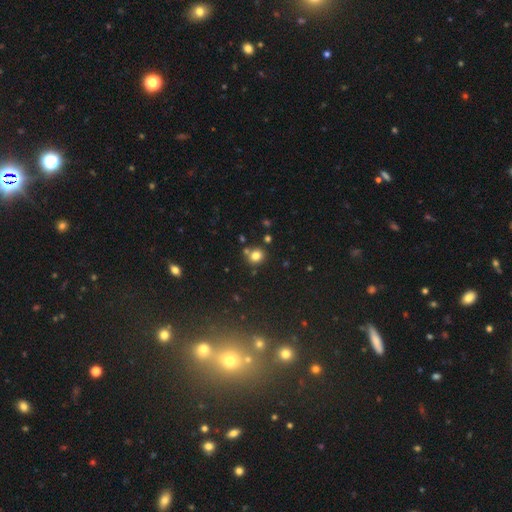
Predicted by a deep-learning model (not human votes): Smooth or featured?
  - smooth: 78% *
  - star or artifact: 15%
  - featured or disk: 8%
How rounded?
  - round: 79% *
  - in between: 20%
  - cigar-shaped: 1%
Merging?
  - none: 73% *
  - merger: 13%
  - minor disturbance: 10%
  - major disturbance: 3%